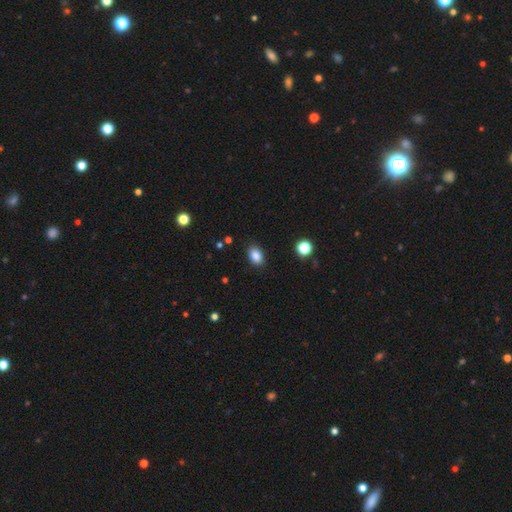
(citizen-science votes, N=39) This is clearly a smooth galaxy (90%). How rounded: clearly in between (86%). Merging: clearly none (92%).